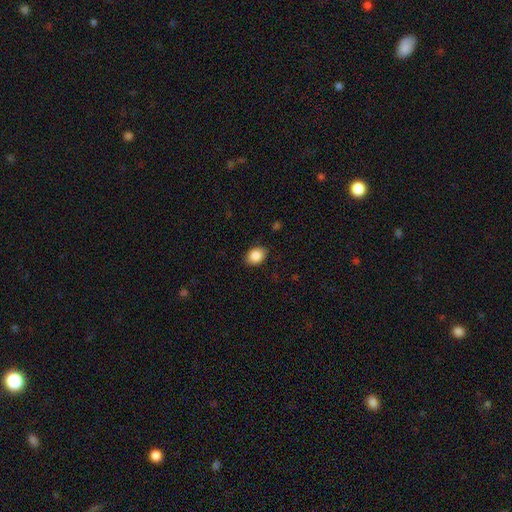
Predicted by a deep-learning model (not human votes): smooth 87%, star or artifact 8%, featured or disk 5%. Down the decision tree: how rounded — in between (70%); merging — none (85%).